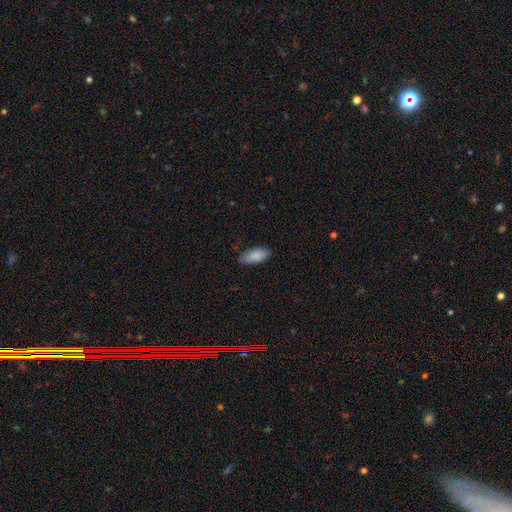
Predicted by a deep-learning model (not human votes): Morphology: type=smooth (87%); roundness=in between (87%); merging=none (78%).